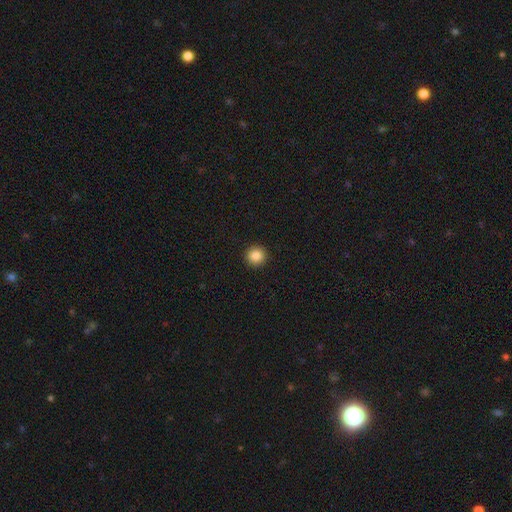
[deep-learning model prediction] A smooth galaxy with no disk features (86%) that is round (95%). Merging: none (93%).